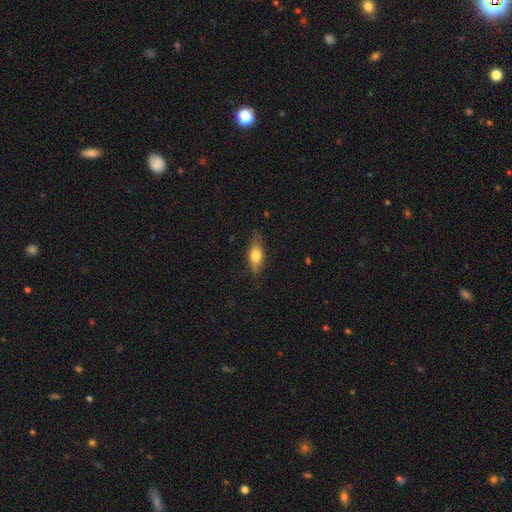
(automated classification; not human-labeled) A smooth galaxy with no disk features (62%) that is in between round and cigar-shaped (68%).

Vote fractions:
- Smooth or featured? smooth: 62% / featured or disk: 31% / star or artifact: 7%
- How rounded? in between: 68% / cigar-shaped: 27% / round: 5%
- Merging? none: 76% / minor disturbance: 19% / major disturbance: 4% / merger: 1%